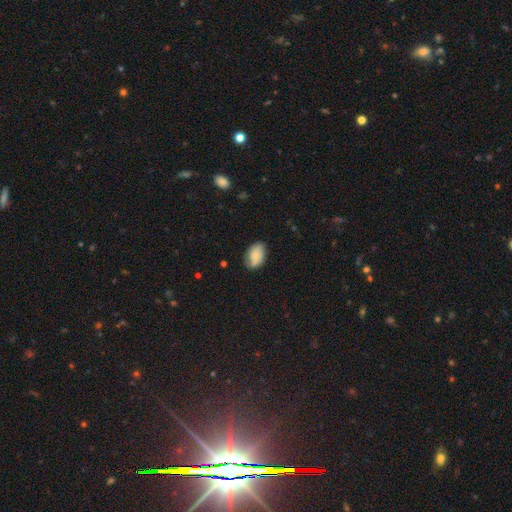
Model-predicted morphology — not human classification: This is likely a smooth galaxy (72%). How rounded: clearly in between (88%). Merging: likely none (70%).